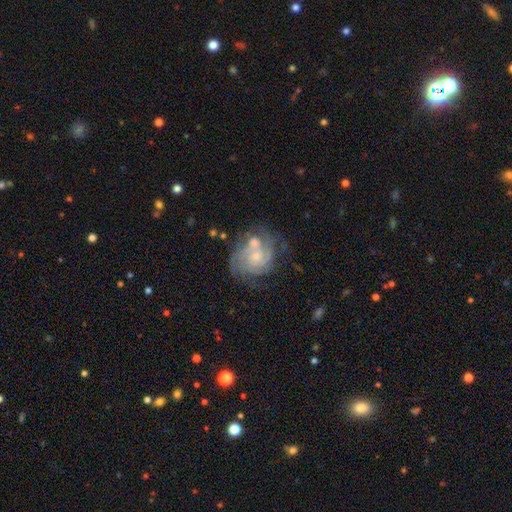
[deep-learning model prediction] Smooth or featured? featured or disk (81%)
Edge-on disk? no (98%)
Bar? no (72%)
Spiral arms? yes (94%)
Spiral winding? tight (65%)
Spiral arm count? can't tell (29%)
Bulge size? small (65%)
Merging? none (51%)